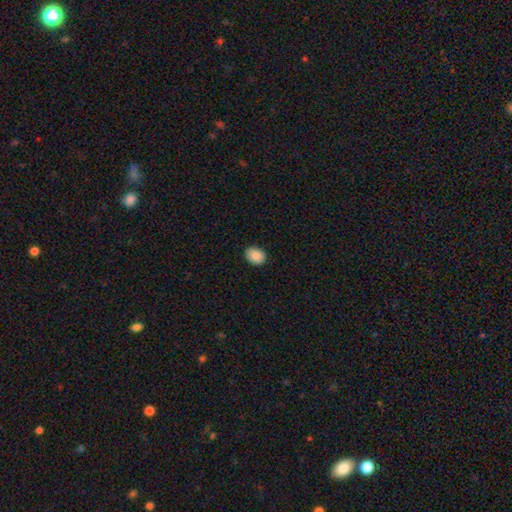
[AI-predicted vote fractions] A smooth galaxy with no disk features (89%) that is in between round and cigar-shaped (68%). Merging: none (89%).